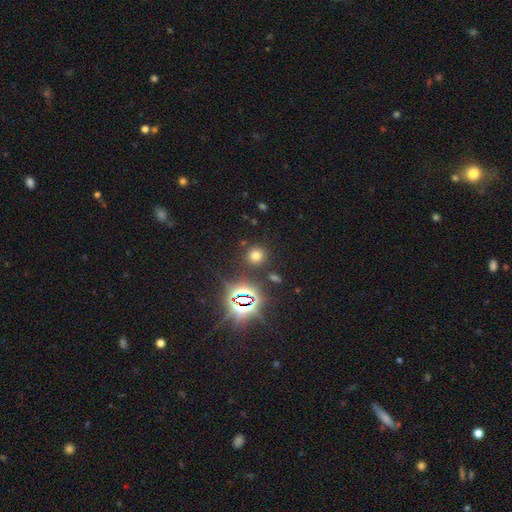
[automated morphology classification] Smooth or featured?
  - smooth: 63% *
  - star or artifact: 29%
  - featured or disk: 8%
How rounded?
  - round: 91% *
  - in between: 8%
  - cigar-shaped: 1%
Merging?
  - none: 86% *
  - minor disturbance: 7%
  - merger: 4%
  - major disturbance: 3%